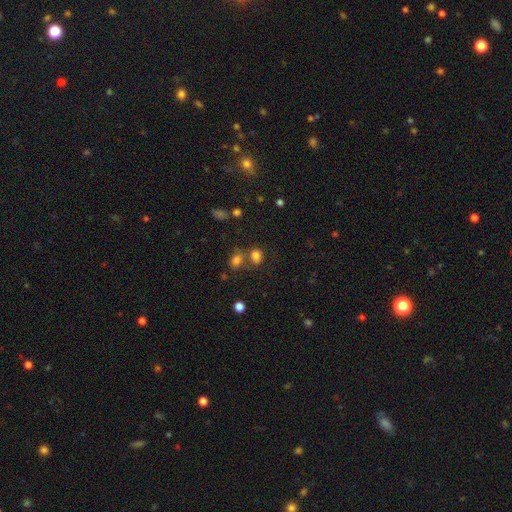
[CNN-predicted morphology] Smooth or featured? smooth (77%)
How rounded? in between (63%)
Merging? none (47%)